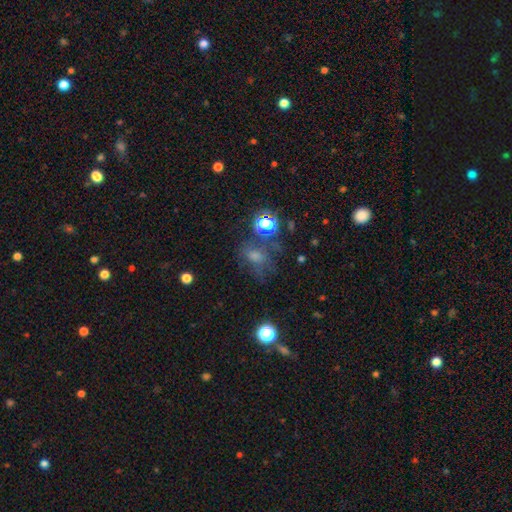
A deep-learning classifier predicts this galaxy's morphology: This appears to be a smooth galaxy with no disk features (54%) that is in between round and cigar-shaped (52%). Merging: none (42%).